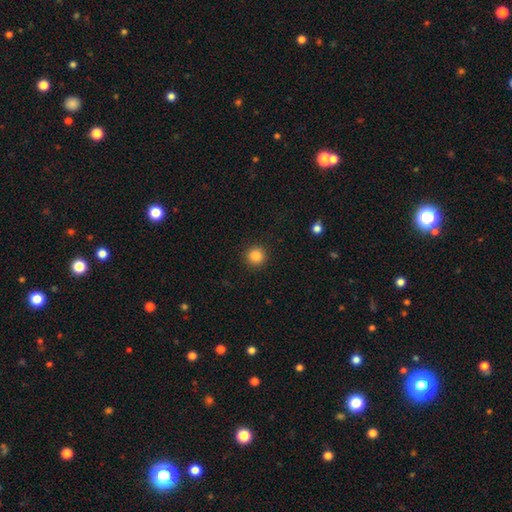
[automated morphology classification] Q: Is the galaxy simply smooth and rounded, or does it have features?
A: smooth — 86%.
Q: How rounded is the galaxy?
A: round — 95%.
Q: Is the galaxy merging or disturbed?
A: none — 92%.